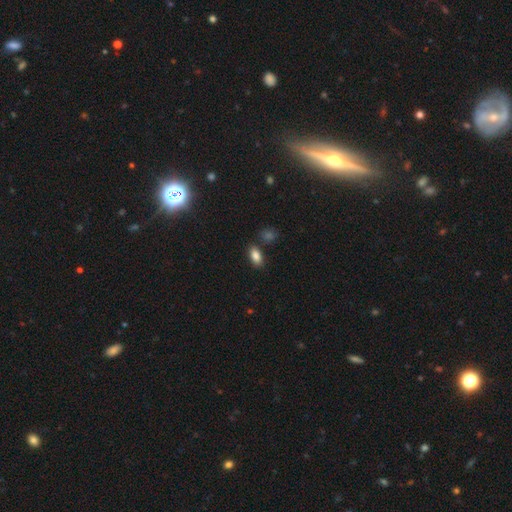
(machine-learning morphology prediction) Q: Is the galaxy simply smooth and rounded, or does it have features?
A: smooth — 86%.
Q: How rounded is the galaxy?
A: in between — 90%.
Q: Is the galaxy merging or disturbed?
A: none — 79%.